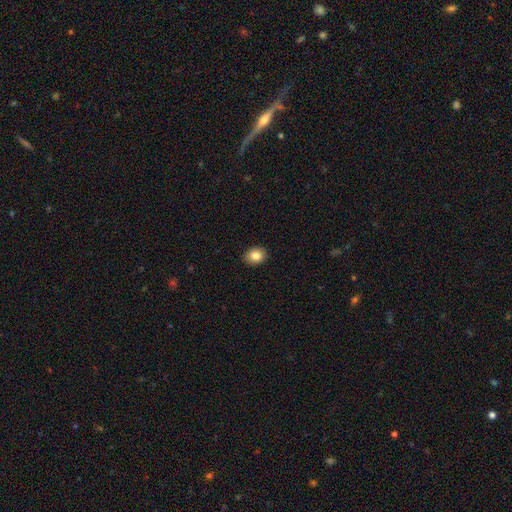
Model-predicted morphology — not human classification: Smooth or featured?
  - smooth: 84% *
  - star or artifact: 9%
  - featured or disk: 7%
How rounded?
  - round: 51% *
  - in between: 48%
  - cigar-shaped: 1%
Merging?
  - none: 91% *
  - minor disturbance: 7%
  - major disturbance: 2%
  - merger: 1%